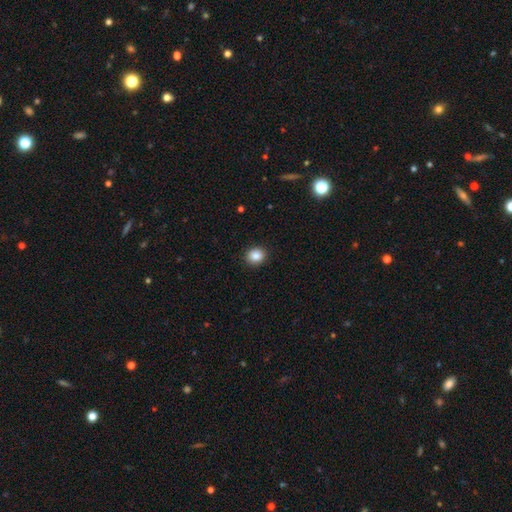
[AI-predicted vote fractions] Smooth or featured? Predicted: smooth (p=0.85). How rounded? Predicted: round (p=0.77). Merging? Predicted: none (p=0.92).